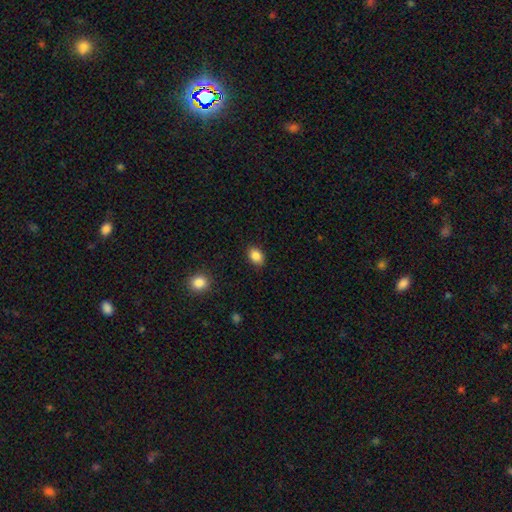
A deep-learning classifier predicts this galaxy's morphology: Smooth or featured?
  - smooth: 86% *
  - star or artifact: 9%
  - featured or disk: 5%
How rounded?
  - in between: 76% *
  - round: 23%
  - cigar-shaped: 1%
Merging?
  - none: 88% *
  - minor disturbance: 8%
  - major disturbance: 2%
  - merger: 1%